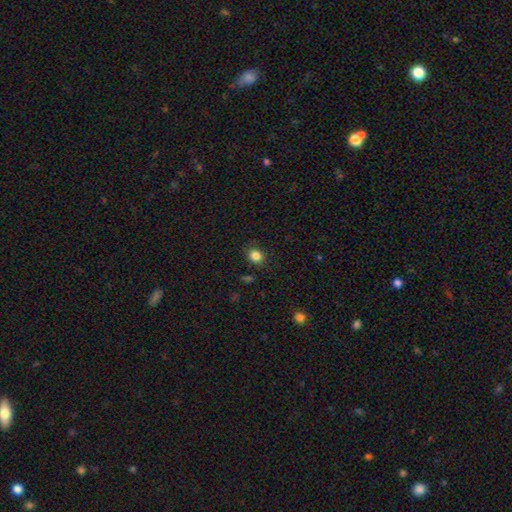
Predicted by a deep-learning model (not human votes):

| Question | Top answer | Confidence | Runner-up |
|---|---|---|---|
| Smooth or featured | smooth | 84% | star or artifact (11%) |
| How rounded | round | 66% | in between (33%) |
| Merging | none | 86% | minor disturbance (10%) |